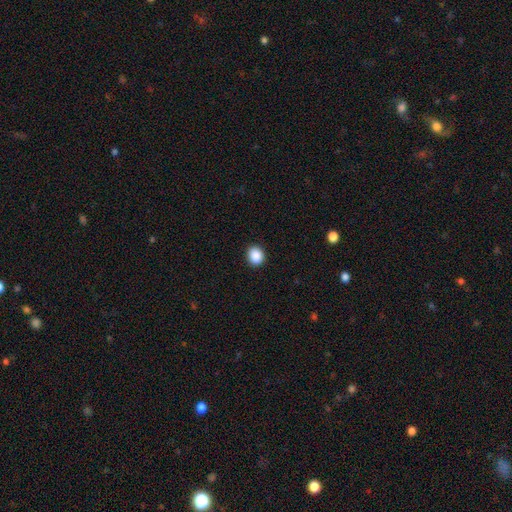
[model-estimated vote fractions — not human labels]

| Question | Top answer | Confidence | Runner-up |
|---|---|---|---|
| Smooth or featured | smooth | 89% | star or artifact (9%) |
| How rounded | round | 75% | in between (24%) |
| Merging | none | 91% | minor disturbance (6%) |